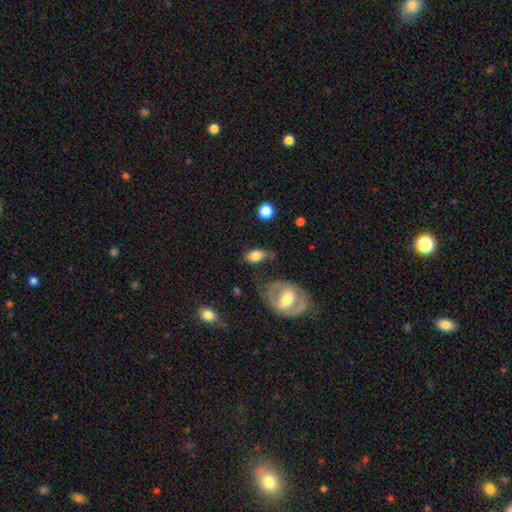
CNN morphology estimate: The model was most divided on "merging": none: 49%, minor disturbance: 29%, major disturbance: 16%, merger: 6%. More confident: how rounded — in between (84%); smooth or featured — smooth (72%).